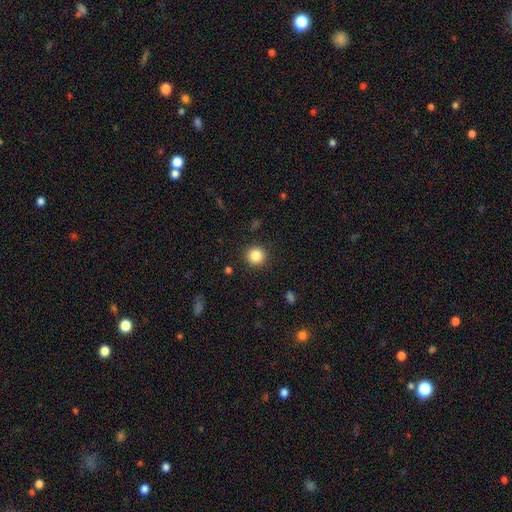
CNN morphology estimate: Overall: smooth (85%). How rounded: round (94%). Merging: none (91%).